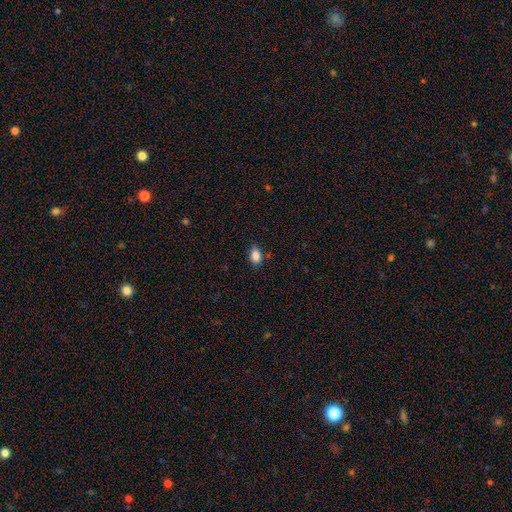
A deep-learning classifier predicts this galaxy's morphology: Q: Smooth or featured?
A: smooth (85%); runner-up: star or artifact (9%)
Q: How rounded?
A: in between (85%); runner-up: round (12%)
Q: Merging?
A: none (78%); runner-up: minor disturbance (16%)